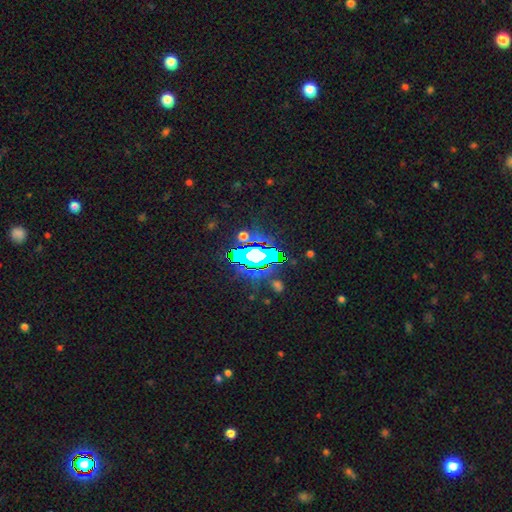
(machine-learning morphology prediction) Overall: star or artifact (62%).